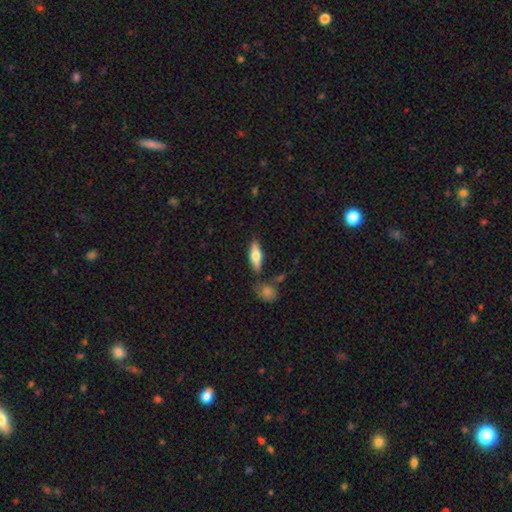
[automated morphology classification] The model was most divided on "how rounded": in between: 53%, cigar-shaped: 44%, round: 3%. More confident: merging — none (79%); smooth or featured — smooth (59%).